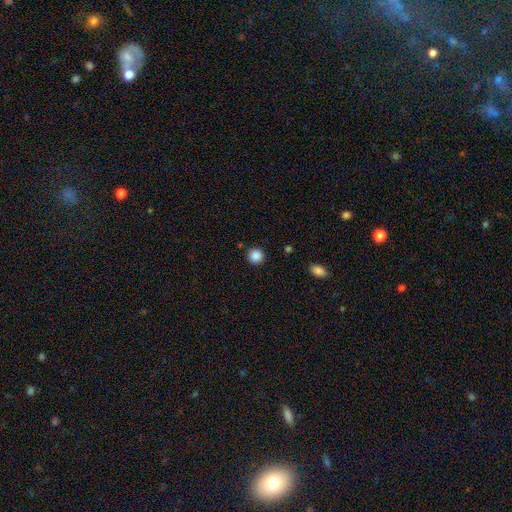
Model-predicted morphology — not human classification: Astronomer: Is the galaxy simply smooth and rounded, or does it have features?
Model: smooth — 87%.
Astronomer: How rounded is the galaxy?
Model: round — 94%.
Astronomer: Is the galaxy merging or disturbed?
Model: none — 90%.